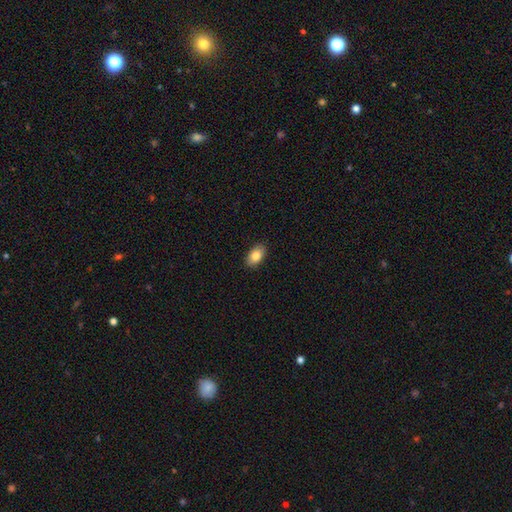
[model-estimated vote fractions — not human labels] smooth_or_featured: smooth (p=0.83) [alt: featured or disk p=0.10]
how_rounded: in between (p=0.92) [alt: round p=0.06]
merging: none (p=0.89) [alt: minor disturbance p=0.08]